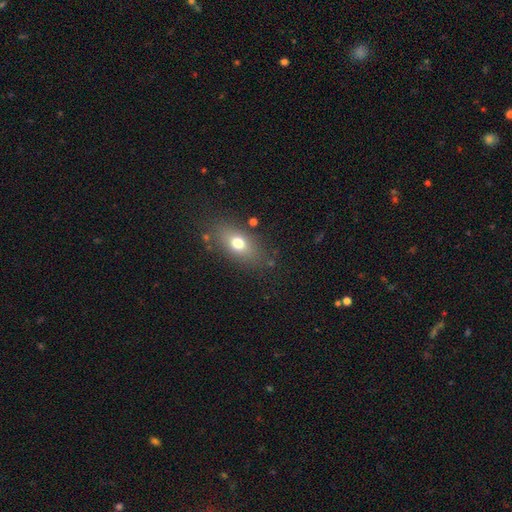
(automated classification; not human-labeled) Smooth or featured? Predicted: smooth (p=0.58). How rounded? Predicted: in between (p=0.78). Merging? Predicted: none (p=0.81).